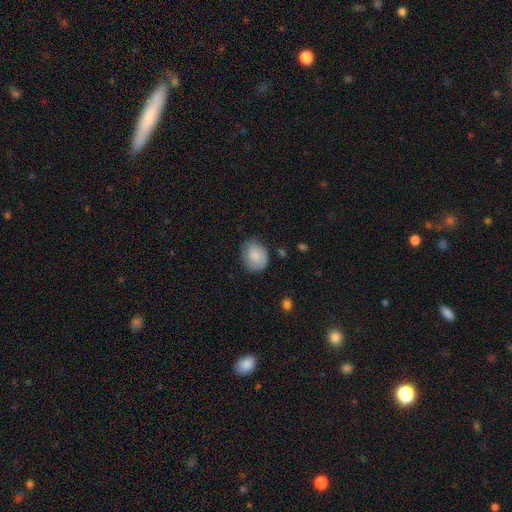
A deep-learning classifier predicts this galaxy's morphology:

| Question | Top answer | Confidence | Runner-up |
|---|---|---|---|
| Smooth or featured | smooth | 79% | featured or disk (14%) |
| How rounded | round | 55% | in between (44%) |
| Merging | none | 68% | minor disturbance (24%) |